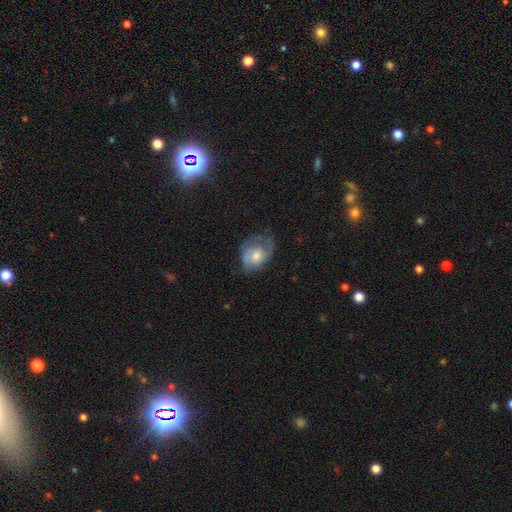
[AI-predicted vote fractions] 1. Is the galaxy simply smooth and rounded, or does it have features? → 54% featured or disk, 37% smooth, 9% star or artifact.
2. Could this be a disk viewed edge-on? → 96% no, 4% yes.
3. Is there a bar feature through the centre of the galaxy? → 79% no, 18% weak, 3% strong.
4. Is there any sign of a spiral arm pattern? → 70% yes, 30% no.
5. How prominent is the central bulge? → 56% moderate, 25% small, 14% large, 4% none, 2% dominant.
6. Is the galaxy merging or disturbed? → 47% none, 29% minor disturbance, 22% major disturbance, 2% merger.